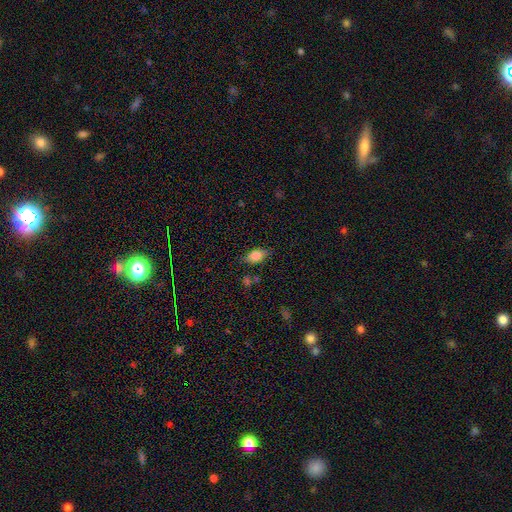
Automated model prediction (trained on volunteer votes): Q: Smooth or featured?
A: smooth (82%); runner-up: featured or disk (10%)
Q: How rounded?
A: in between (86%); runner-up: round (10%)
Q: Merging?
A: none (78%); runner-up: minor disturbance (16%)